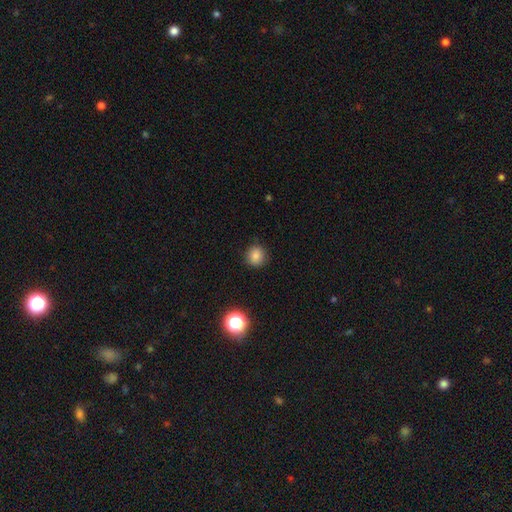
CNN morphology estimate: A smooth galaxy with no disk features (82%) that is round (91%). Merging: none (88%).